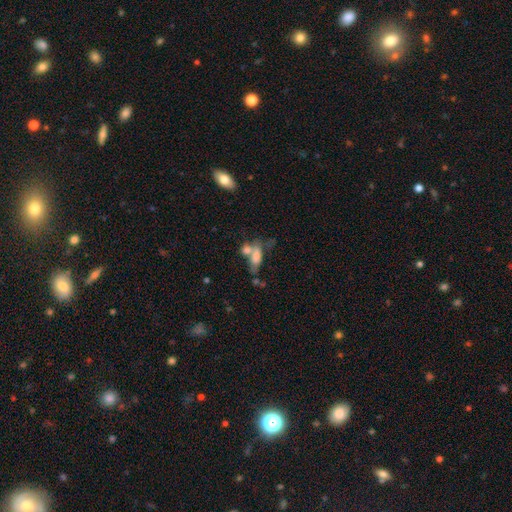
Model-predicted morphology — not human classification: Smooth or featured? smooth (65%)
How rounded? in between (71%)
Merging? merger (46%)